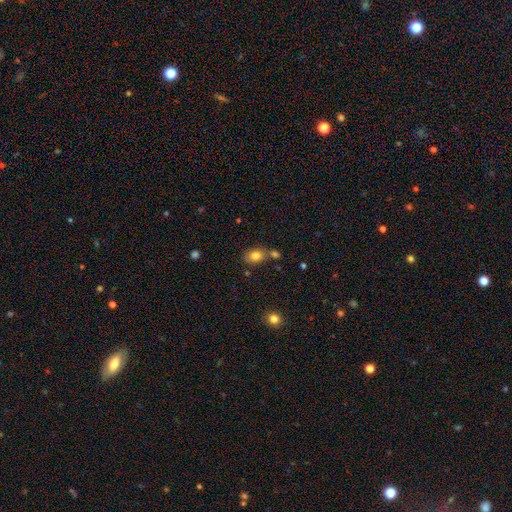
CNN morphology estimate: Smooth or featured: smooth — 80% (star or artifact — 10%)
How rounded: in between — 73% (round — 25%)
Merging: none — 65% (merger — 17%)